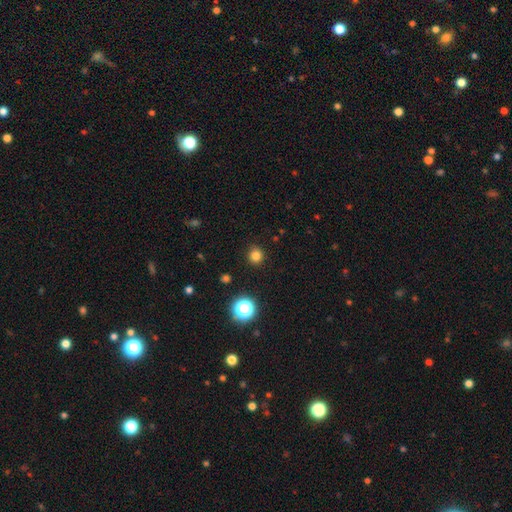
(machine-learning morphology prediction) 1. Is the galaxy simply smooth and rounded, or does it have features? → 81% smooth, 15% star or artifact, 4% featured or disk.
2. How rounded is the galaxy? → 91% round, 8% in between, 1% cigar-shaped.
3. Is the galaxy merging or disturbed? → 90% none, 7% minor disturbance, 2% major disturbance, 1% merger.